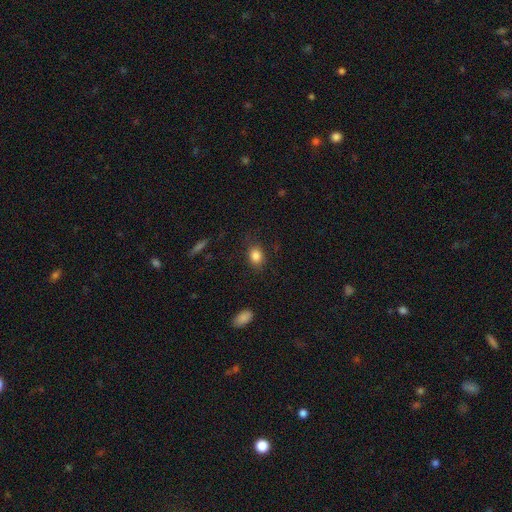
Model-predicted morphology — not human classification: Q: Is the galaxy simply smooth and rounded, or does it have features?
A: smooth — 84%.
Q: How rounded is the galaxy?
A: in between — 56%.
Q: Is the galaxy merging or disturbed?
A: none — 80%.